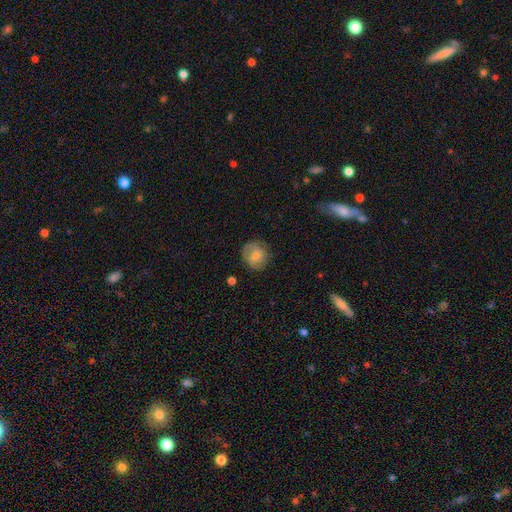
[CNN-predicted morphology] type=smooth (62%); roundness=round (85%); merging=none (74%).